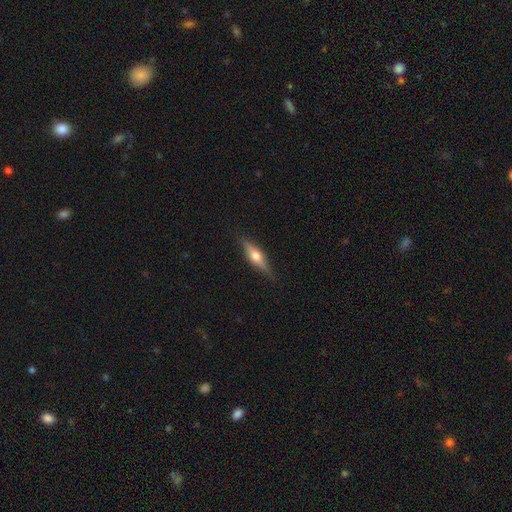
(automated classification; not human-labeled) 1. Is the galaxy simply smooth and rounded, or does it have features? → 58% featured or disk, 36% smooth, 6% star or artifact.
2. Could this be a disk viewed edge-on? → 95% yes, 5% no.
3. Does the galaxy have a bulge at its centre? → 92% rounded, 5% boxy, 3% none.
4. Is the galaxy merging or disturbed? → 86% none, 11% minor disturbance, 2% major disturbance, 1% merger.